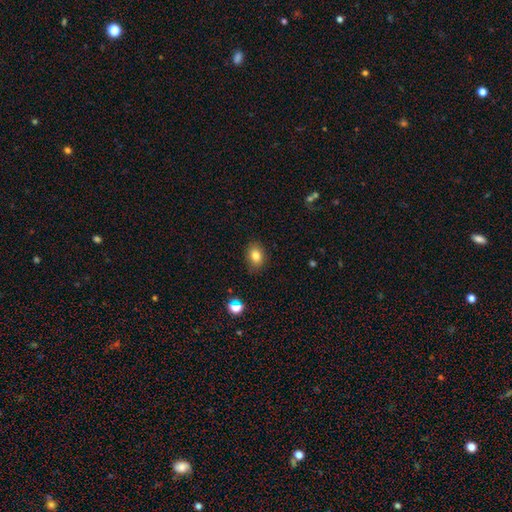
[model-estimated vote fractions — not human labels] Smooth or featured? smooth (82%)
How rounded? in between (73%)
Merging? none (83%)